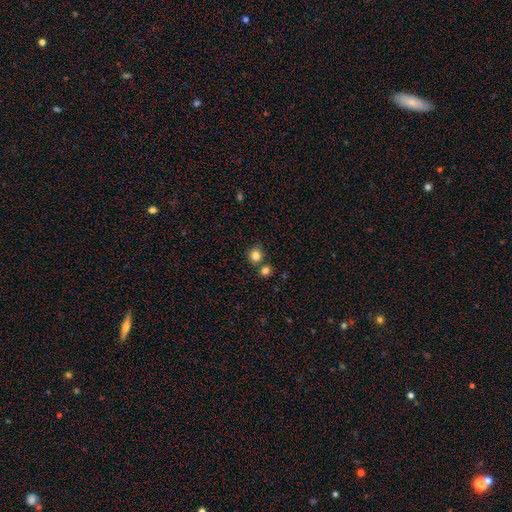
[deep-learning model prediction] This is clearly a smooth galaxy (83%). How rounded: clearly round (85%). Merging: likely none (72%).